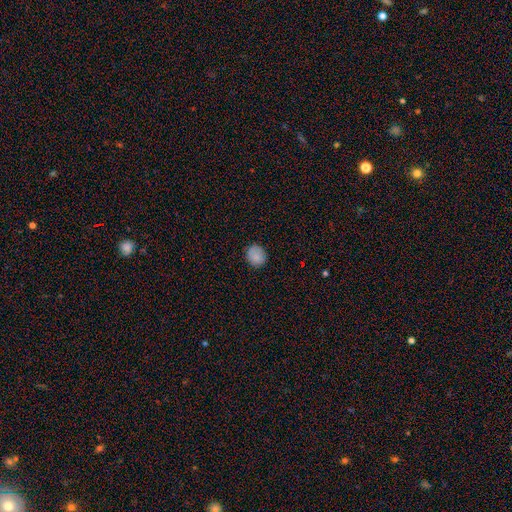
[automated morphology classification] Smooth or featured?
  - smooth: 87% *
  - star or artifact: 9%
  - featured or disk: 5%
How rounded?
  - round: 78% *
  - in between: 21%
  - cigar-shaped: 1%
Merging?
  - none: 87% *
  - minor disturbance: 10%
  - major disturbance: 2%
  - merger: 1%